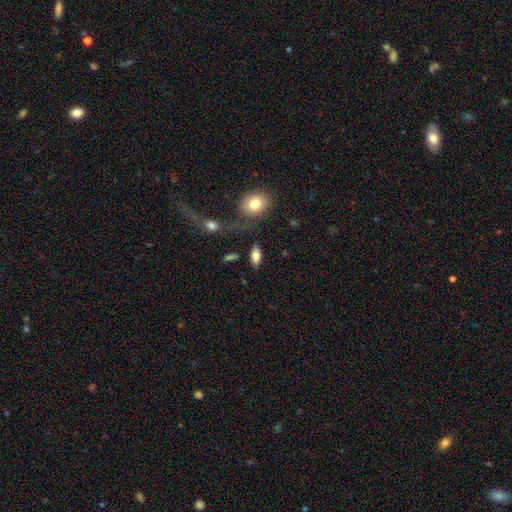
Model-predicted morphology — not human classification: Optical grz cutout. It shows a smooth galaxy with no disk features (79%) that is in between round and cigar-shaped (89%). Merging: none (78%).